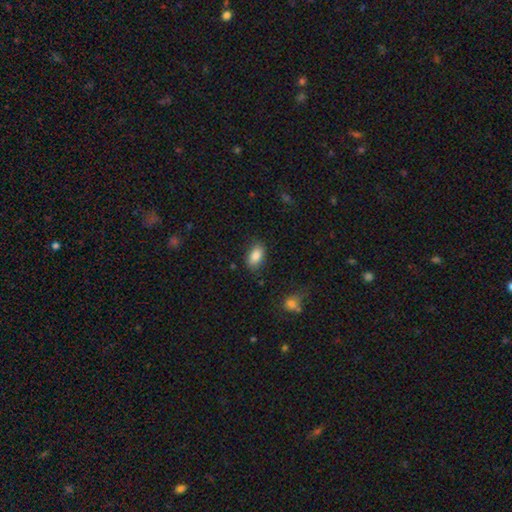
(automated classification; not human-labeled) Smooth or featured: smooth — 87% (star or artifact — 8%)
How rounded: in between — 91% (round — 6%)
Merging: none — 82% (minor disturbance — 13%)